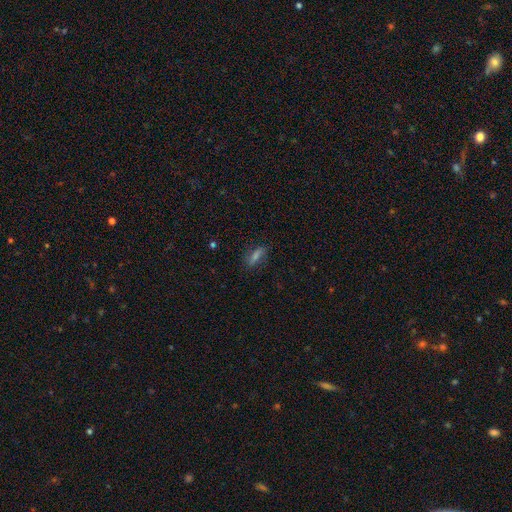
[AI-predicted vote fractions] Smooth or featured?
  - smooth: 57% *
  - featured or disk: 24%
  - star or artifact: 20%
How rounded?
  - cigar-shaped: 53% *
  - in between: 42%
  - round: 6%
Merging?
  - none: 81% *
  - minor disturbance: 13%
  - major disturbance: 4%
  - merger: 2%